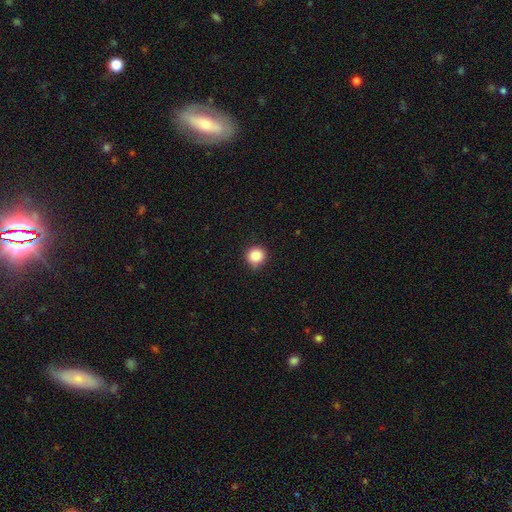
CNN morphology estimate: This is clearly a smooth galaxy (86%). How rounded: clearly round (93%). Merging: clearly none (85%).